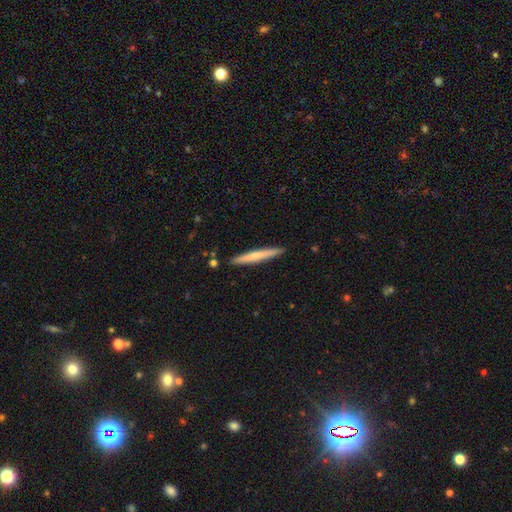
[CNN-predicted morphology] smooth 62%, featured or disk 33%, star or artifact 5%. Down the decision tree: how rounded — cigar-shaped (96%); merging — none (91%).